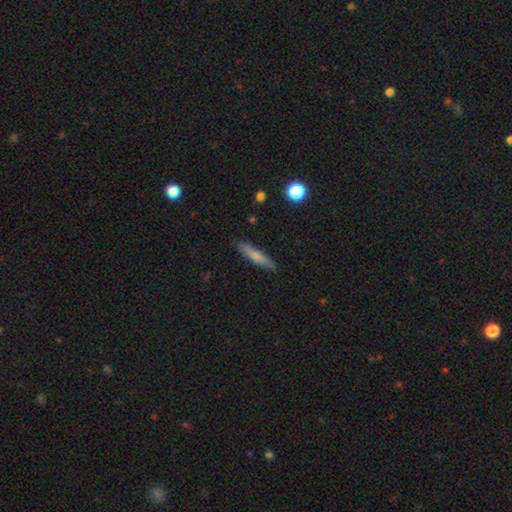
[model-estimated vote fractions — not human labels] smooth 70%, featured or disk 23%, star or artifact 7%. Down the decision tree: how rounded — cigar-shaped (91%); merging — none (88%).